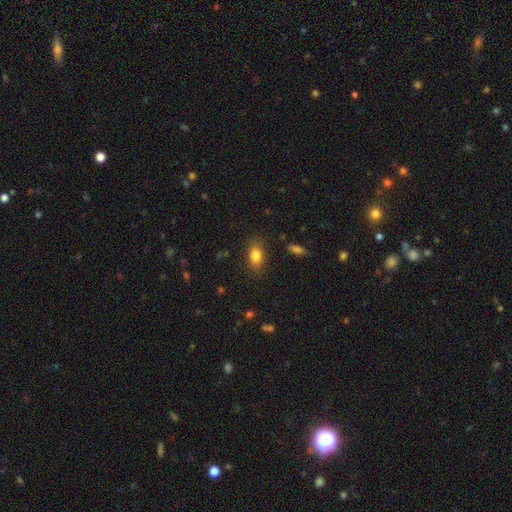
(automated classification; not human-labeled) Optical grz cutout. It shows a smooth galaxy with no disk features (83%) that is in between round and cigar-shaped (84%). Merging: none (84%).